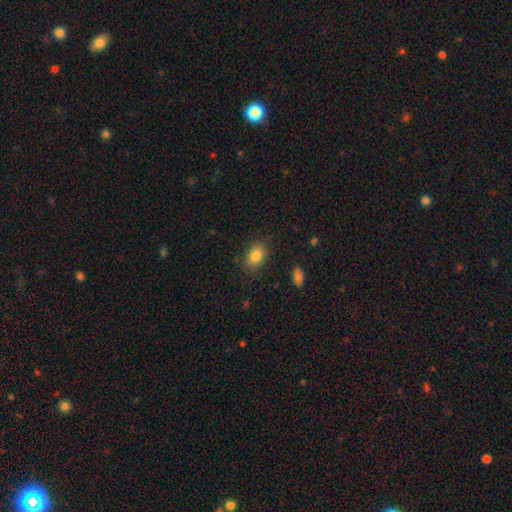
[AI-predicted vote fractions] This appears to be a smooth galaxy with no disk features (84%) that is in between round and cigar-shaped (83%). Merging: none (83%).